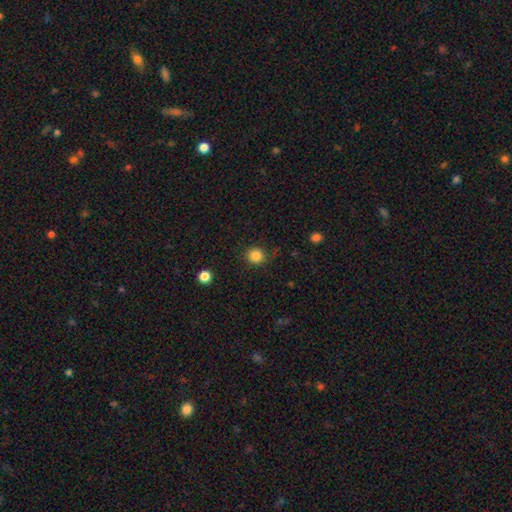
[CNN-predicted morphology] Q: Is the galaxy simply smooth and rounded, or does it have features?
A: smooth — 84%.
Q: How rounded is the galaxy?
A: round — 91%.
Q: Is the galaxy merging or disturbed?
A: none — 86%.